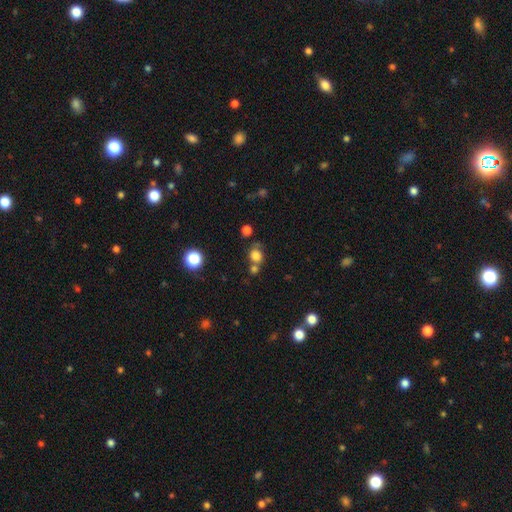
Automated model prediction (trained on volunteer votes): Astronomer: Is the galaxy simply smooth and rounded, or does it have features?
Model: smooth — 77%.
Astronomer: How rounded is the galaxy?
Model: round — 76%.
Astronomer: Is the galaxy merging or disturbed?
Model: none — 54%.